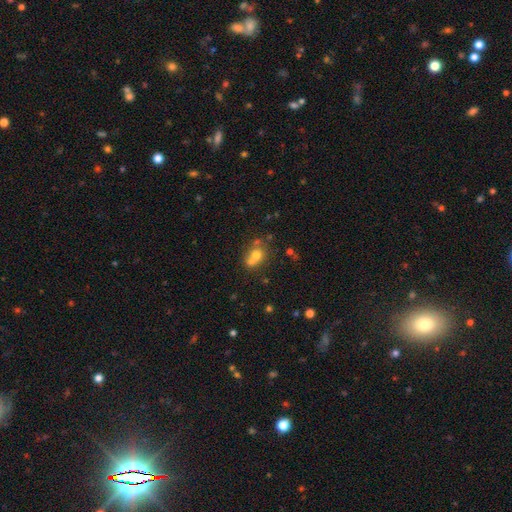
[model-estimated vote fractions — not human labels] Smooth or featured? smooth (67%)
How rounded? round (70%)
Merging? merger (52%)